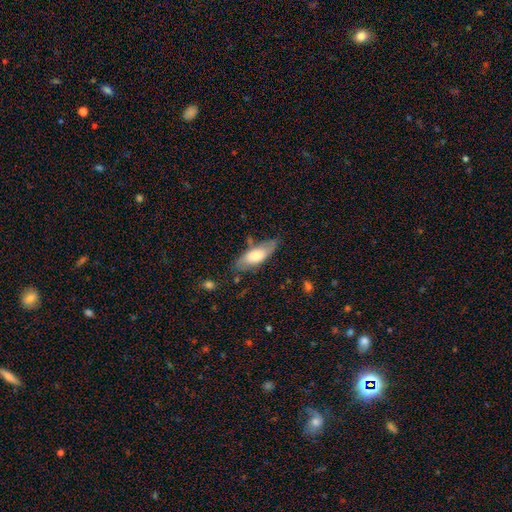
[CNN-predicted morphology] Overall: smooth (68%). How rounded: in between (72%). Merging: none (68%).